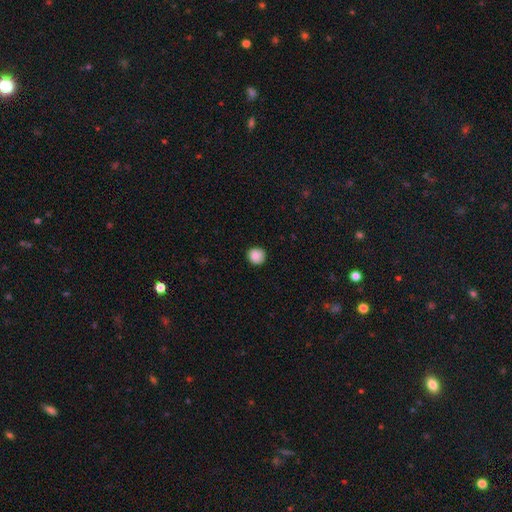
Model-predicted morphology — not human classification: Smooth or featured?
  - smooth: 87% *
  - star or artifact: 9%
  - featured or disk: 5%
How rounded?
  - round: 91% *
  - in between: 8%
  - cigar-shaped: 1%
Merging?
  - none: 87% *
  - minor disturbance: 10%
  - major disturbance: 2%
  - merger: 1%